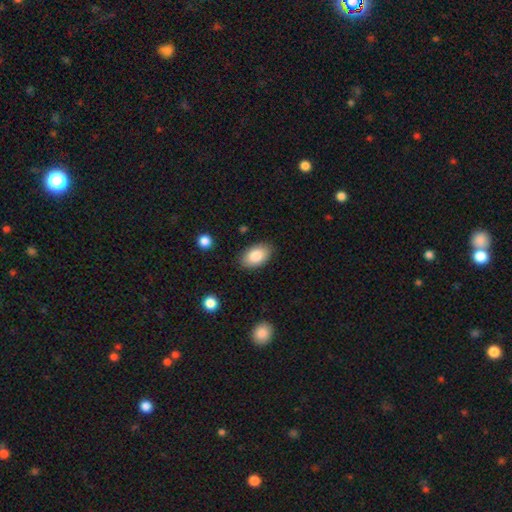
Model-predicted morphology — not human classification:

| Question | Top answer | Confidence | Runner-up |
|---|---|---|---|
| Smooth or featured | smooth | 86% | featured or disk (7%) |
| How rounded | in between | 93% | round (6%) |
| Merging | none | 85% | minor disturbance (11%) |